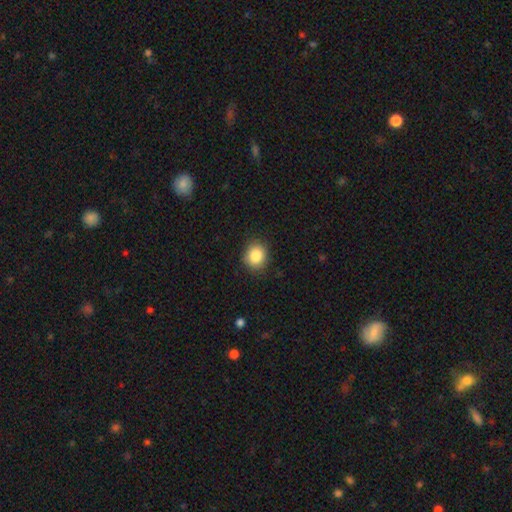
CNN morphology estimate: A smooth galaxy with no disk features (86%) that is round (78%).

Vote fractions:
- Smooth or featured? smooth: 86% / star or artifact: 9% / featured or disk: 5%
- How rounded? round: 78% / in between: 22% / cigar-shaped: 1%
- Merging? none: 87% / minor disturbance: 9% / major disturbance: 2% / merger: 1%